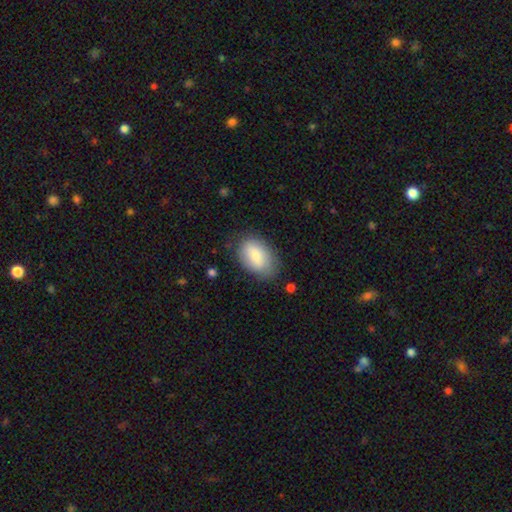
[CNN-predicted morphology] Q: Smooth or featured?
A: smooth (79%); runner-up: featured or disk (14%)
Q: How rounded?
A: in between (89%); runner-up: round (10%)
Q: Merging?
A: none (74%); runner-up: minor disturbance (19%)